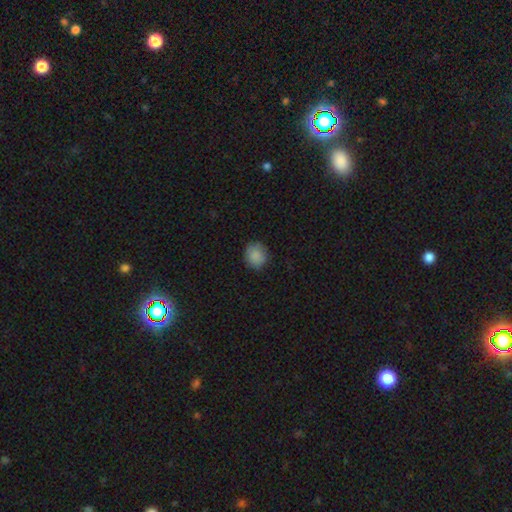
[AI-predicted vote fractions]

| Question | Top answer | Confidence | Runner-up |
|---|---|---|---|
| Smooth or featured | smooth | 88% | star or artifact (8%) |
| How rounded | round | 76% | in between (23%) |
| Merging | none | 82% | minor disturbance (14%) |